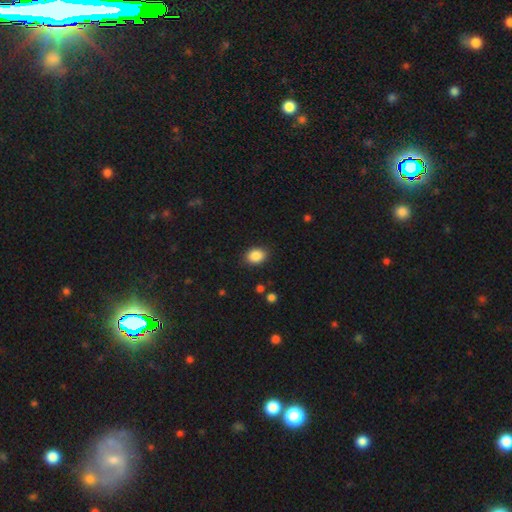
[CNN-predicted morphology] A smooth galaxy with no disk features (88%) that is in between round and cigar-shaped (69%).

Vote fractions:
- Smooth or featured? smooth: 88% / star or artifact: 8% / featured or disk: 4%
- How rounded? in between: 69% / round: 30% / cigar-shaped: 1%
- Merging? none: 88% / minor disturbance: 9% / major disturbance: 2% / merger: 1%